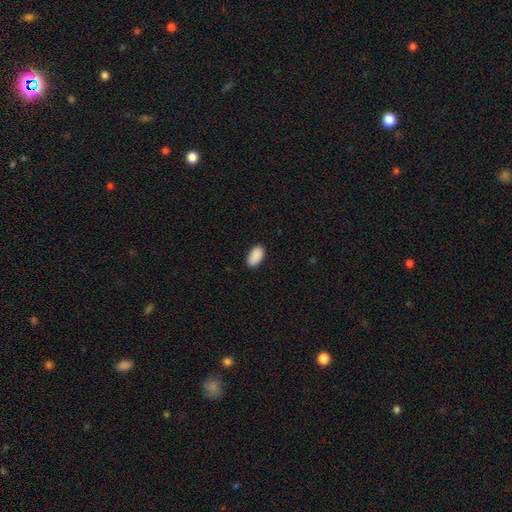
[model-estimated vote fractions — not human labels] Smooth or featured: smooth — 90% (star or artifact — 7%)
How rounded: in between — 95% (round — 3%)
Merging: none — 84% (minor disturbance — 13%)